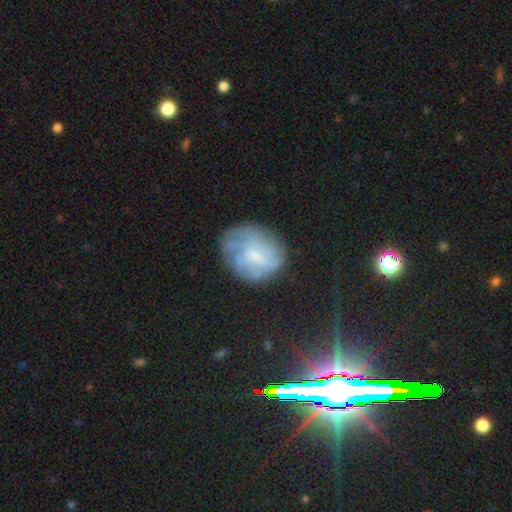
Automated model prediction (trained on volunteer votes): A featured or disk galaxy (47%).

Vote fractions:
- Smooth or featured? featured or disk: 47% / smooth: 42% / star or artifact: 11%
- Merging? none: 56% / minor disturbance: 24% / major disturbance: 17% / merger: 3%